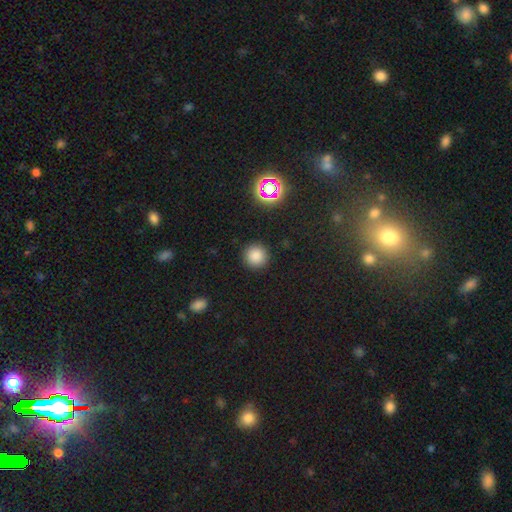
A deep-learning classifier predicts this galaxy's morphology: Q: Smooth or featured?
A: smooth (81%); runner-up: star or artifact (15%)
Q: How rounded?
A: round (95%); runner-up: in between (4%)
Q: Merging?
A: none (91%); runner-up: minor disturbance (6%)